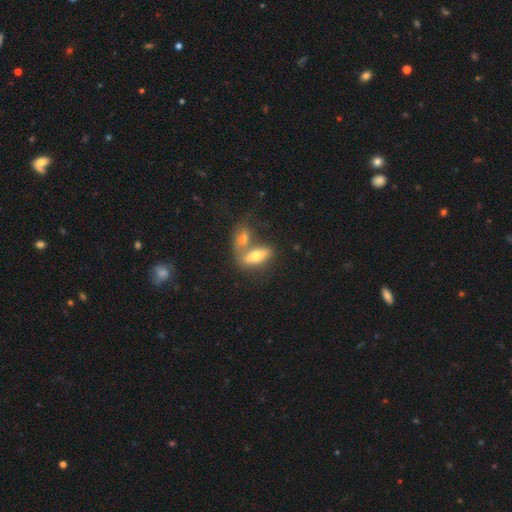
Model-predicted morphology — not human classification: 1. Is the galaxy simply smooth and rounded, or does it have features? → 61% smooth, 32% featured or disk, 7% star or artifact.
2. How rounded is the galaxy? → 70% in between, 25% cigar-shaped, 4% round.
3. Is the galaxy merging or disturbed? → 53% merger, 35% none, 8% minor disturbance, 4% major disturbance.